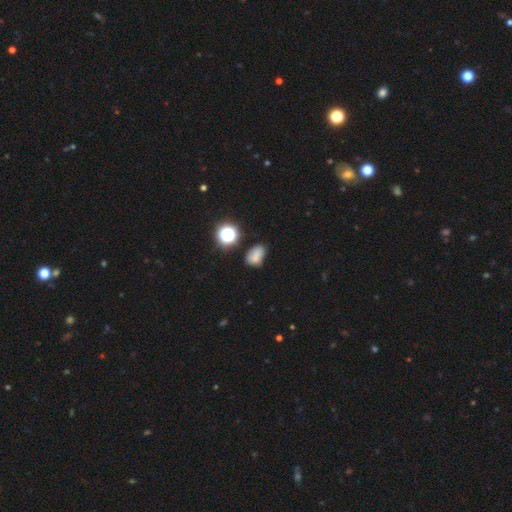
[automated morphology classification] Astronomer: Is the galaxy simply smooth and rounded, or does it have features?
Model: smooth — 73%.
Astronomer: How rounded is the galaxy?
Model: in between — 80%.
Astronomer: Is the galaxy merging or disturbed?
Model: none — 60%.